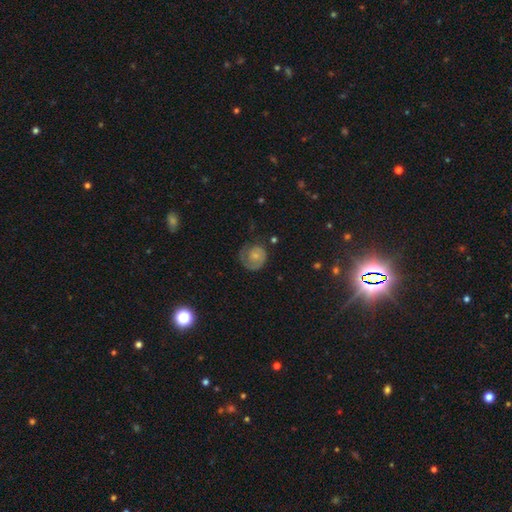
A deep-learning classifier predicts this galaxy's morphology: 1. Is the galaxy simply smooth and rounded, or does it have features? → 55% featured or disk, 37% smooth, 7% star or artifact.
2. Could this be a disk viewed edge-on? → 98% no, 2% yes.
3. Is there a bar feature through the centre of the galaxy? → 79% no, 19% weak, 3% strong.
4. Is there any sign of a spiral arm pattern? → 84% yes, 16% no.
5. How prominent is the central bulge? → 56% small, 29% moderate, 10% none, 3% large, 1% dominant.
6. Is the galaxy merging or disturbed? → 57% none, 21% minor disturbance, 20% major disturbance, 2% merger.